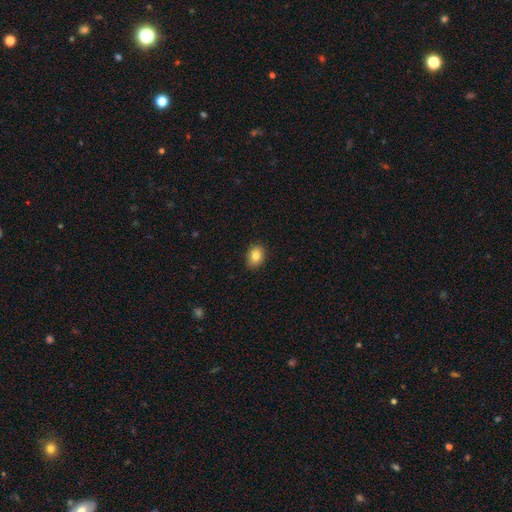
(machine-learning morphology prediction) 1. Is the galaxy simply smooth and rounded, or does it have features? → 83% smooth, 9% star or artifact, 8% featured or disk.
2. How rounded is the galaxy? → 62% in between, 37% round, 1% cigar-shaped.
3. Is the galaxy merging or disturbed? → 90% none, 7% minor disturbance, 2% major disturbance, 1% merger.